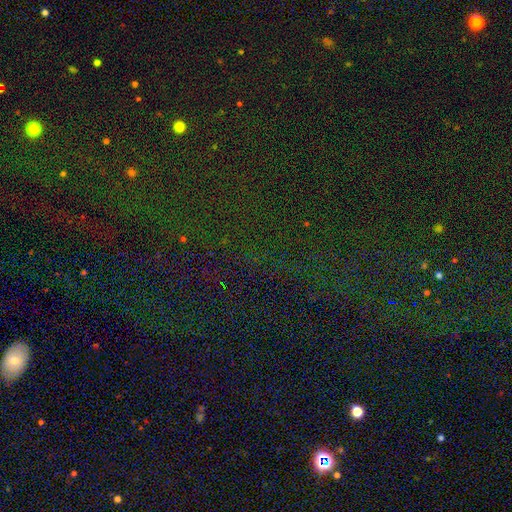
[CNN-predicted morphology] Q: Smooth or featured?
A: star or artifact (80%); runner-up: smooth (12%)